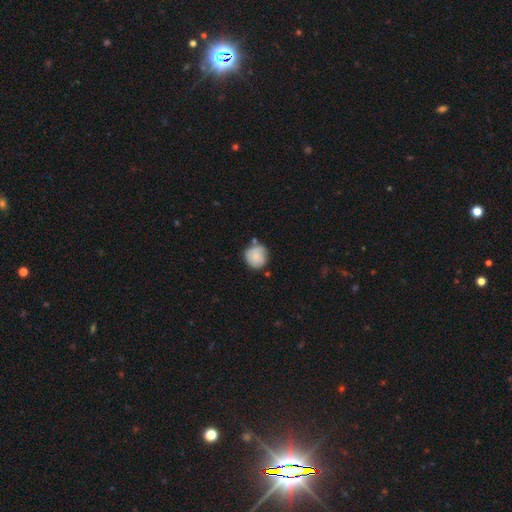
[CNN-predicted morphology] smooth_or_featured: smooth (p=0.81) [alt: featured or disk p=0.12]
how_rounded: round (p=0.88) [alt: in between p=0.11]
merging: none (p=0.65) [alt: minor disturbance p=0.21]